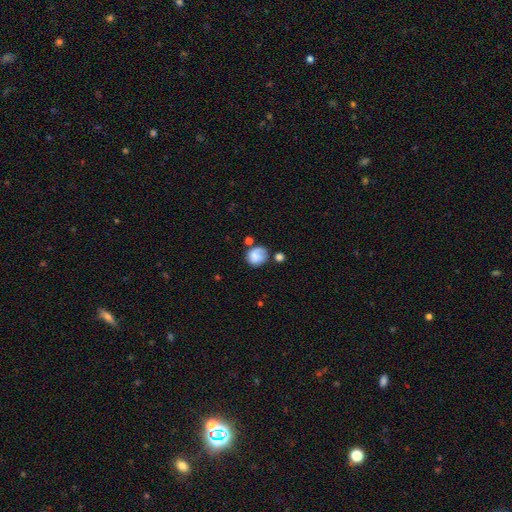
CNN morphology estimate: smooth 71%, featured or disk 20%, star or artifact 9%. Down the decision tree: how rounded — round (72%); merging — none (49%).